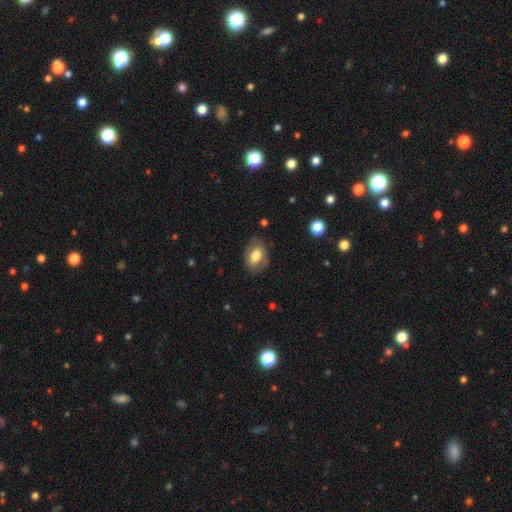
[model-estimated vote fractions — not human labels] Smooth or featured?
  - smooth: 64% *
  - featured or disk: 30%
  - star or artifact: 7%
How rounded?
  - in between: 84% *
  - round: 14%
  - cigar-shaped: 1%
Merging?
  - none: 75% *
  - minor disturbance: 17%
  - major disturbance: 7%
  - merger: 1%